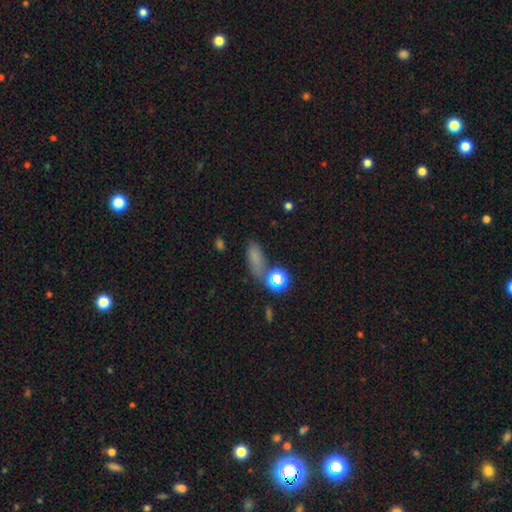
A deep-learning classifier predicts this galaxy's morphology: Q: Smooth or featured?
A: smooth (68%); runner-up: star or artifact (23%)
Q: How rounded?
A: in between (66%); runner-up: cigar-shaped (19%)
Q: Merging?
A: none (58%); runner-up: minor disturbance (19%)